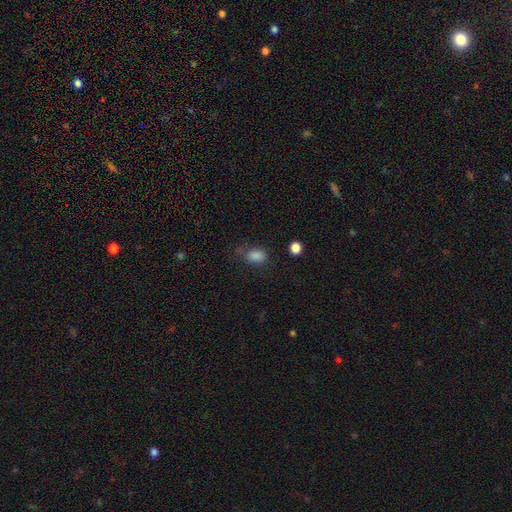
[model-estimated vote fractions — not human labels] This appears to be a smooth galaxy with no disk features (83%) that is in between round and cigar-shaped (84%). Merging: none (64%).